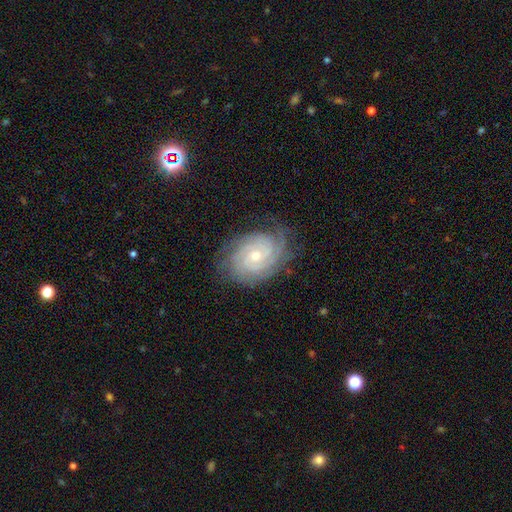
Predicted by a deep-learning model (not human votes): The model was most divided on "spiral arm count": 3: 26%, can't tell: 22%, 4: 20%, 2: 19%, more than 4: 7%, 1: 6%. More confident: spiral arms — yes (98%); edge-on disk — no (97%); smooth or featured — featured or disk (88%); spiral winding — tight (81%); merging — none (78%); bar — no (67%); bulge size — small (59%).